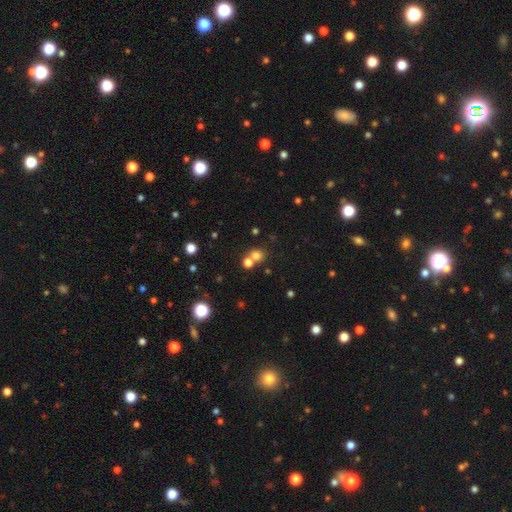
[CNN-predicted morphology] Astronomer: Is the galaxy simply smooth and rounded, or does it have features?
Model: smooth — 73%.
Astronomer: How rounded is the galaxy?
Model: round — 81%.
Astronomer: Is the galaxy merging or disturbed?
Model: none — 53% (runner-up: merger, 36%).